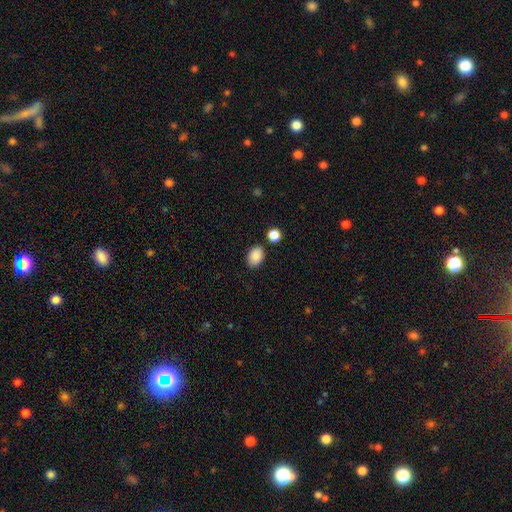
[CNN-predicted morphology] Smooth or featured?
  - smooth: 89% *
  - star or artifact: 8%
  - featured or disk: 3%
How rounded?
  - in between: 82% *
  - round: 17%
  - cigar-shaped: 1%
Merging?
  - none: 82% *
  - minor disturbance: 11%
  - merger: 4%
  - major disturbance: 3%